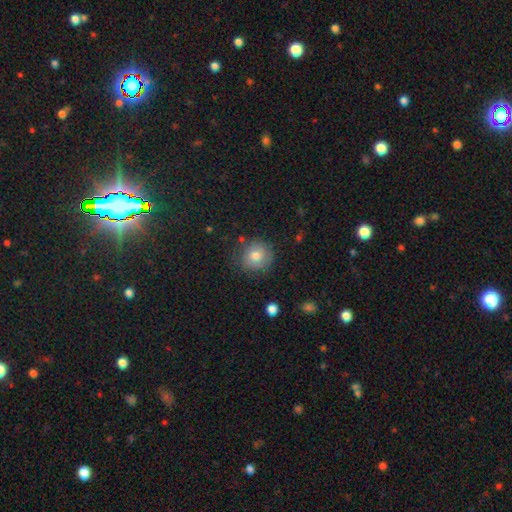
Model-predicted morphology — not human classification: smooth_or_featured: smooth (p=0.76) [alt: featured or disk p=0.14]
how_rounded: round (p=0.89) [alt: in between p=0.10]
merging: none (p=0.77) [alt: minor disturbance p=0.16]